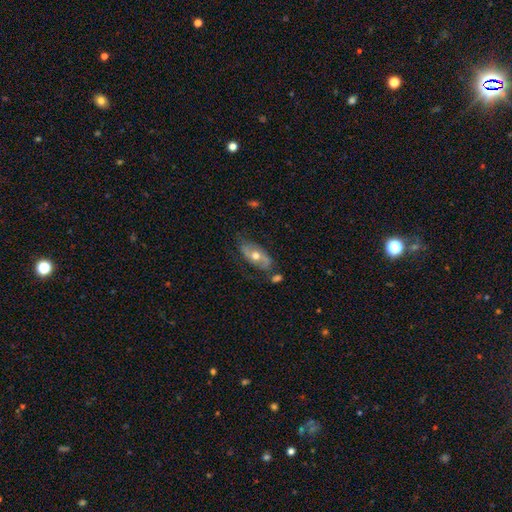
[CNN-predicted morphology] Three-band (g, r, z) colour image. It shows a featured or disk galaxy (54%). Merging: none (67%).